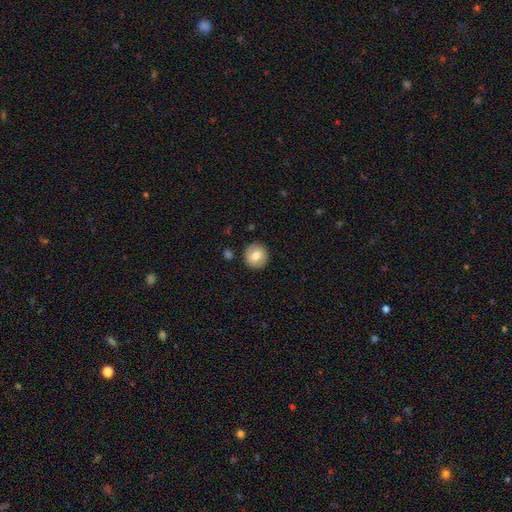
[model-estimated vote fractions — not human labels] Smooth or featured: smooth — 76% (featured or disk — 16%)
How rounded: round — 93% (in between — 6%)
Merging: none — 90% (minor disturbance — 7%)